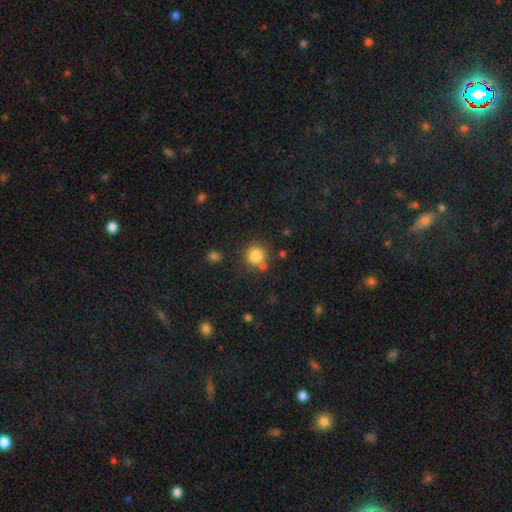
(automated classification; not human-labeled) smooth_or_featured: smooth (p=0.84) [alt: star or artifact p=0.11]
how_rounded: round (p=0.92) [alt: in between p=0.07]
merging: none (p=0.78) [alt: merger p=0.10]